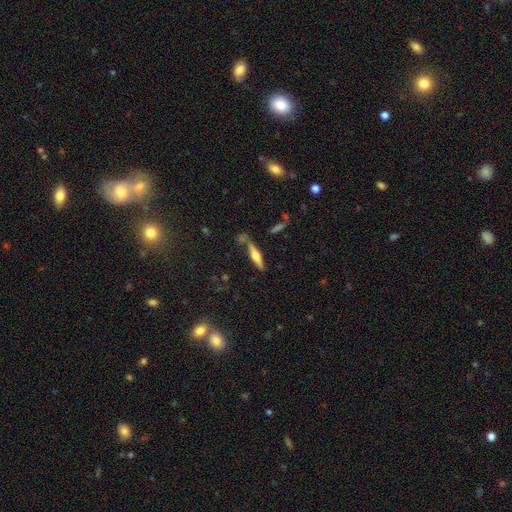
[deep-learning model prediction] Smooth or featured: featured or disk — 52% (smooth — 40%)
Edge-on disk: yes — 94% (no — 6%)
Merging: none — 74% (minor disturbance — 14%)